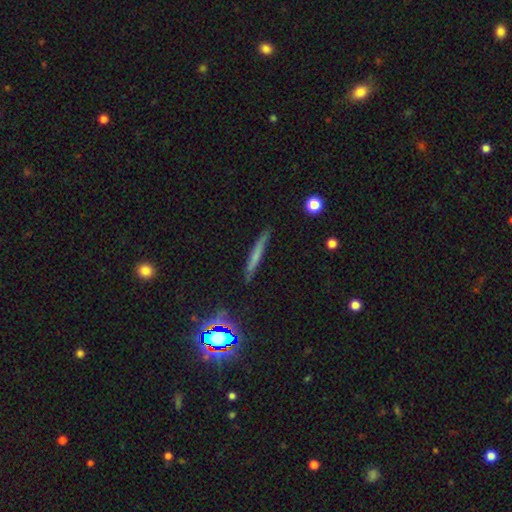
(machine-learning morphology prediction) A smooth galaxy with no disk features (51%) that is cigar-shaped (92%).

Vote fractions:
- Smooth or featured? smooth: 51% / featured or disk: 35% / star or artifact: 14%
- How rounded? cigar-shaped: 92% / in between: 5% / round: 3%
- Merging? none: 84% / minor disturbance: 12% / major disturbance: 2% / merger: 2%